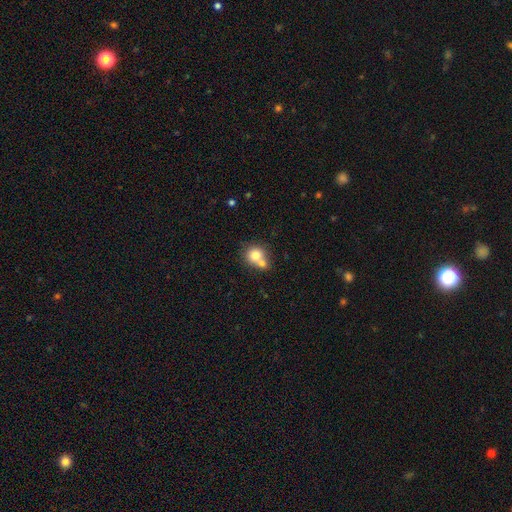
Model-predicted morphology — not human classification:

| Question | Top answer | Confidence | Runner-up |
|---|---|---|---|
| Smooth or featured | smooth | 76% | featured or disk (15%) |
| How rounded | round | 82% | in between (17%) |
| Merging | merger | 53% | none (37%) |